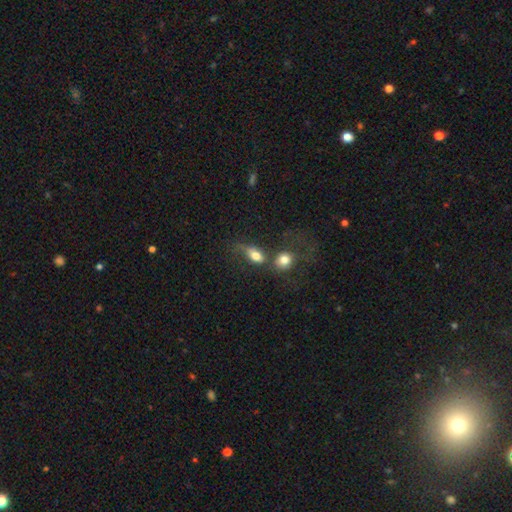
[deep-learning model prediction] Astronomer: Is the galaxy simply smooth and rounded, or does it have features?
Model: smooth — 73%.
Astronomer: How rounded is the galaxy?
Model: in between — 70%.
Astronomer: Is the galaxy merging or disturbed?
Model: merger — 42% (runner-up: none, 24%).